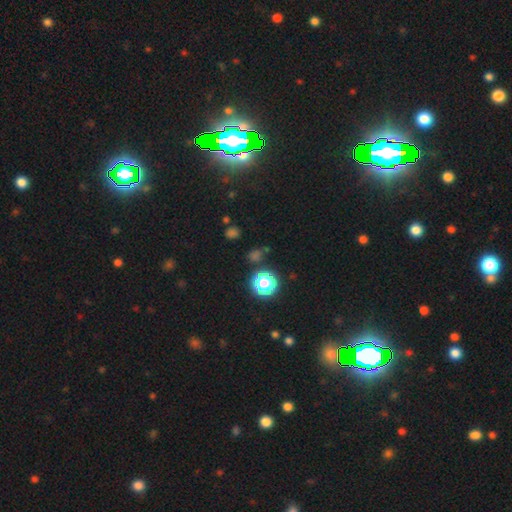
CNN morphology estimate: This appears to be a star or artifact, not a galaxy (50%).